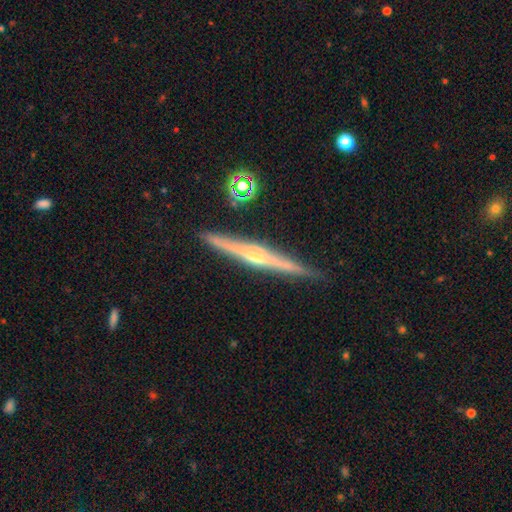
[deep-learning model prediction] A featured or disk galaxy (81%) viewed edge-on (98%) with a rounded central bulge (78%).

Vote fractions:
- Smooth or featured? featured or disk: 81% / smooth: 13% / star or artifact: 6%
- Edge-on disk? yes: 98% / no: 2%
- Edge-on bulge? rounded: 78% / none: 14% / boxy: 7%
- Merging? none: 90% / minor disturbance: 7% / merger: 2% / major disturbance: 1%